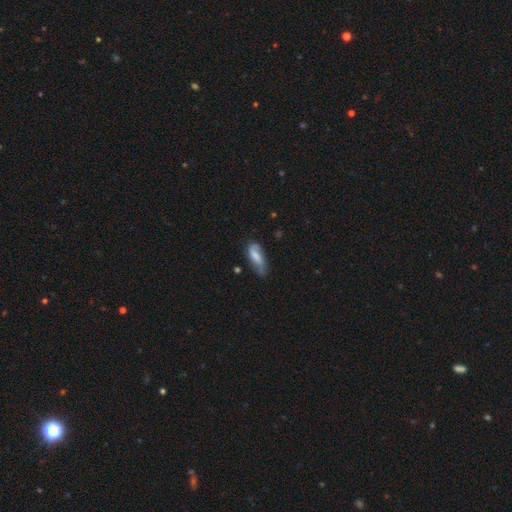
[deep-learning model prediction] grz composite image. It shows a smooth galaxy with no disk features (50%) that is in between round and cigar-shaped (73%). Merging: none (48%).